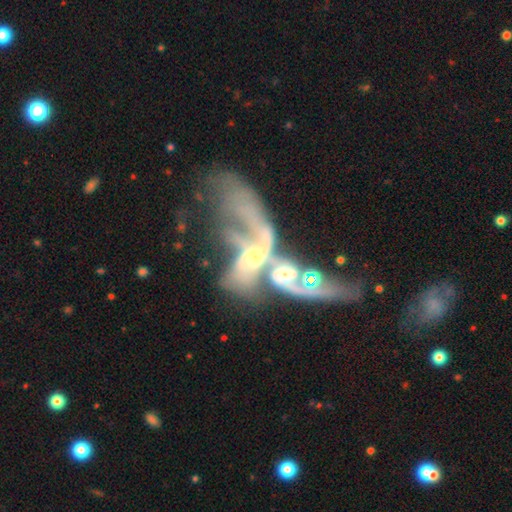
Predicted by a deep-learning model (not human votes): A featured or disk galaxy (76%) with no bar (64%), 2 (39%) loose (72%) spiral arms (71%) and a moderate central bulge (50%). Merging: merger (76%).